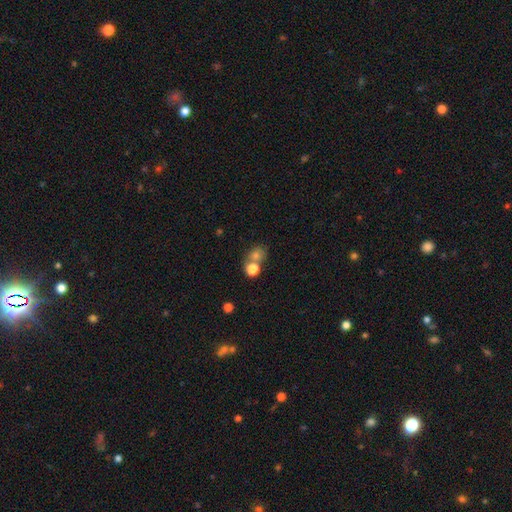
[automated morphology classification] This appears to be a smooth galaxy with no disk features (73%) that is round (70%). Merging: none (47%).